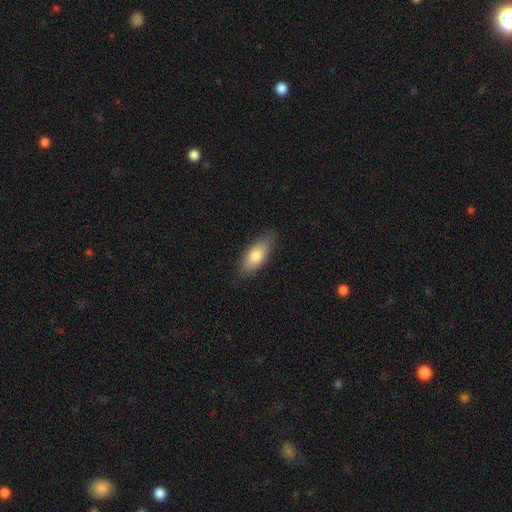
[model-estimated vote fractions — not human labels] Smooth or featured? smooth (79%)
How rounded? in between (86%)
Merging? none (79%)